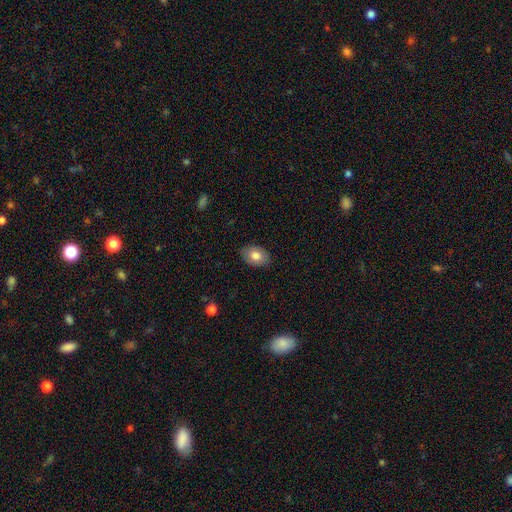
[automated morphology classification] The model was most divided on "smooth or featured": smooth: 78%, featured or disk: 15%, star or artifact: 7%. More confident: merging — none (85%); how rounded — in between (82%).